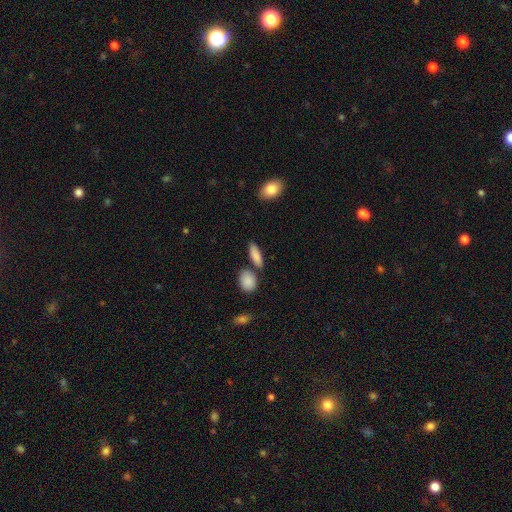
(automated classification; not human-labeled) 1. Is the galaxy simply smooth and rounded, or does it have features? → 86% smooth, 8% featured or disk, 6% star or artifact.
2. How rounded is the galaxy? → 61% in between, 35% cigar-shaped, 4% round.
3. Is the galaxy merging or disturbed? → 73% none, 12% minor disturbance, 12% merger, 3% major disturbance.